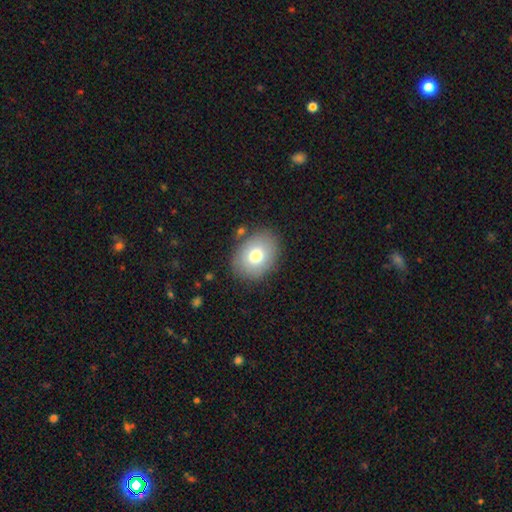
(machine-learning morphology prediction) type=smooth (74%); roundness=in between (65%); merging=none (82%).